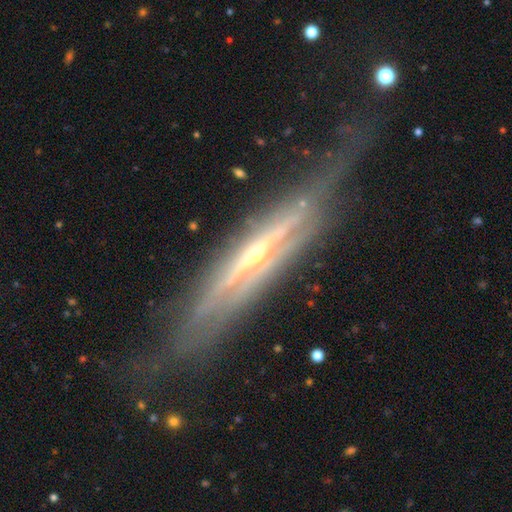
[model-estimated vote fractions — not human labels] Smooth or featured? Predicted: featured or disk (p=0.85). Edge-on disk? Predicted: yes (p=0.90). Edge-on bulge? Predicted: rounded (p=0.62). Merging? Predicted: none (p=0.66).